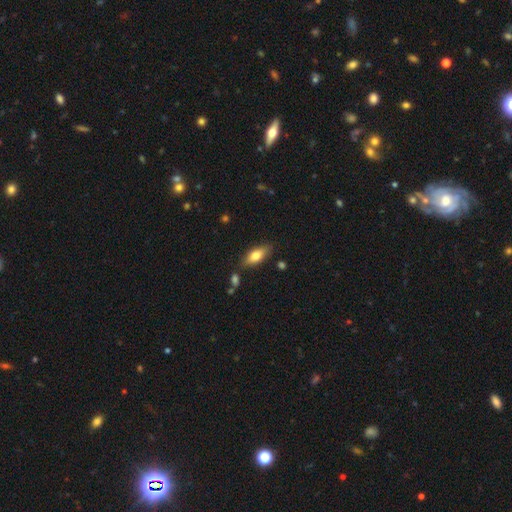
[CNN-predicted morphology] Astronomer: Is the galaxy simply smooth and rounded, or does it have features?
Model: smooth — 73%.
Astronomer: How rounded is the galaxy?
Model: in between — 76%.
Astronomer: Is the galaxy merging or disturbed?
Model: none — 79%.